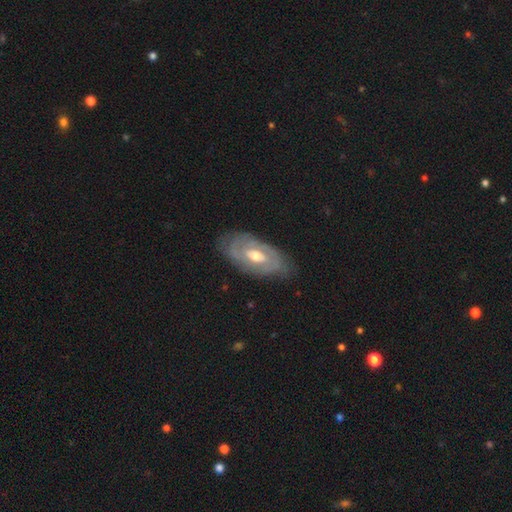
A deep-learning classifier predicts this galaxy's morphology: Smooth or featured?
  - featured or disk: 78% *
  - smooth: 17%
  - star or artifact: 5%
Edge-on disk?
  - no: 91% *
  - yes: 9%
Bar?
  - no: 43% *
  - weak: 41%
  - strong: 16%
Spiral arms?
  - yes: 75% *
  - no: 25%
Spiral winding?
  - tight: 66% *
  - medium: 26%
  - loose: 9%
Spiral arm count?
  - 2: 45% *
  - can't tell: 39%
  - 3: 7%
  - 1: 5%
  - 4: 3%
  - more than 4: 2%
Bulge size?
  - moderate: 73% *
  - small: 20%
  - large: 5%
  - none: 1%
  - dominant: 1%
Merging?
  - none: 77% *
  - minor disturbance: 17%
  - major disturbance: 5%
  - merger: 1%